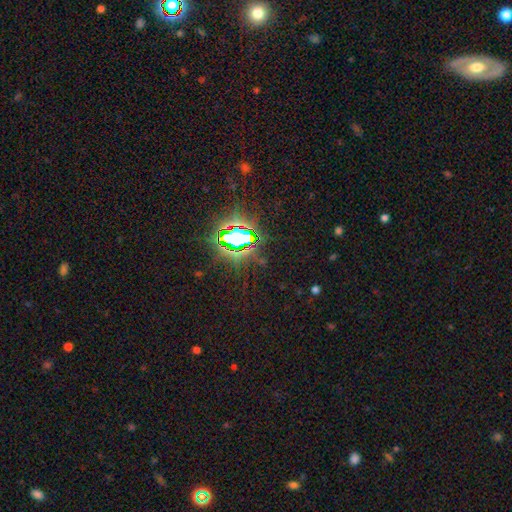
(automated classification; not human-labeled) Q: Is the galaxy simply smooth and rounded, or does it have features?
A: star or artifact — 83%.